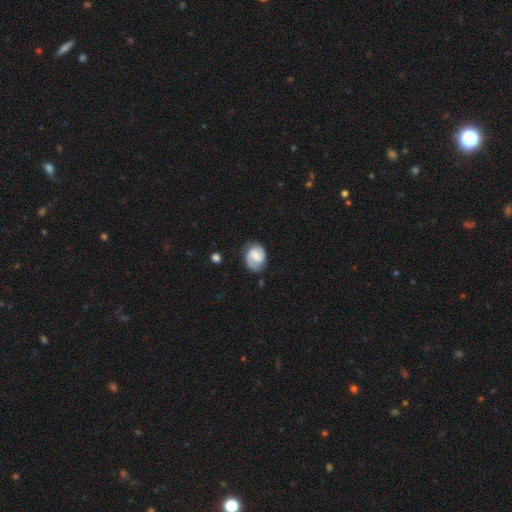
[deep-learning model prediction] Smooth or featured: featured or disk — 78% (smooth — 16%)
Edge-on disk: no — 98% (yes — 2%)
Bar: weak — 52% (no — 32%)
Spiral arms: yes — 96% (no — 4%)
Spiral winding: medium — 47% (tight — 37%)
Spiral arm count: 2 — 88% (can't tell — 5%)
Bulge size: small — 41% (moderate — 37%)
Merging: none — 77% (minor disturbance — 16%)